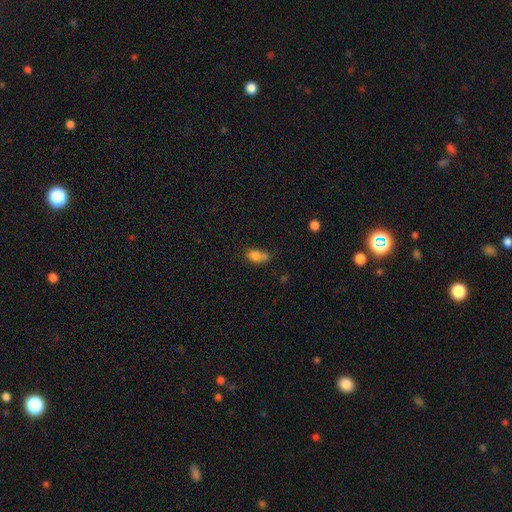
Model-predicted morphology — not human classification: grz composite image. It shows a smooth galaxy with no disk features (77%) that is in between round and cigar-shaped (78%). Merging: merger (39%).